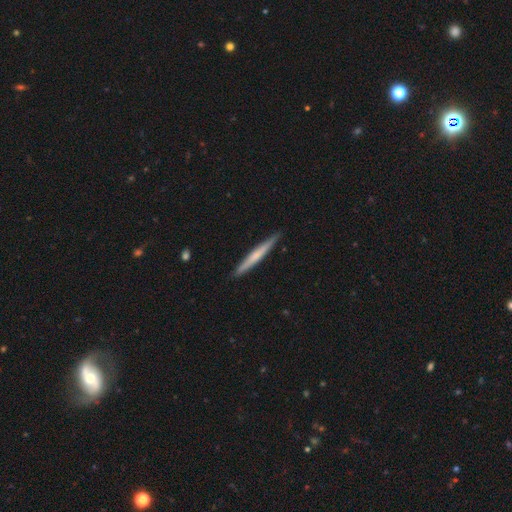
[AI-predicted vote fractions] The model was most divided on "smooth or featured": smooth: 49%, featured or disk: 46%, star or artifact: 5%. More confident: merging — none (91%).